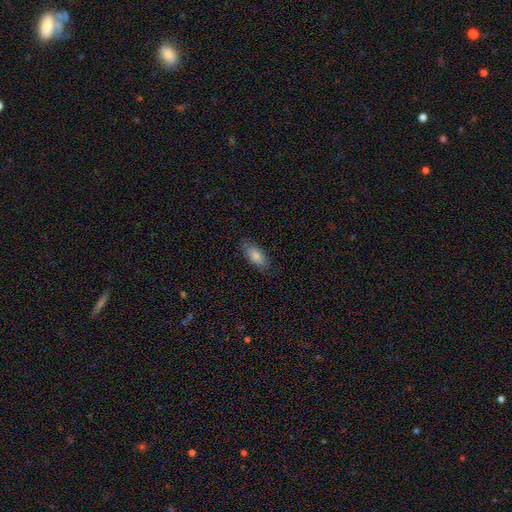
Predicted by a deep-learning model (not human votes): A smooth galaxy with no disk features (79%) that is in between round and cigar-shaped (79%).

Vote fractions:
- Smooth or featured? smooth: 79% / featured or disk: 13% / star or artifact: 7%
- How rounded? in between: 79% / cigar-shaped: 19% / round: 2%
- Merging? none: 83% / minor disturbance: 13% / major disturbance: 3% / merger: 1%